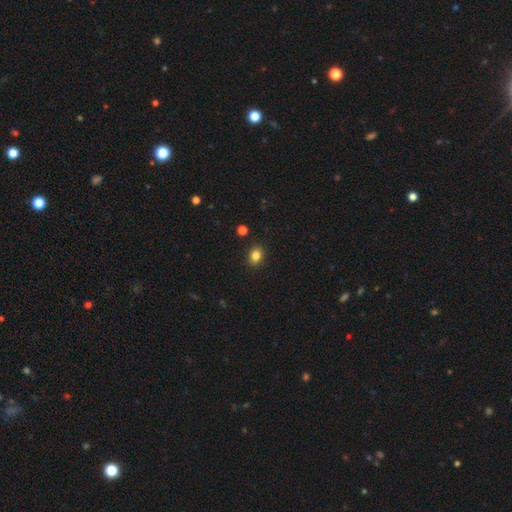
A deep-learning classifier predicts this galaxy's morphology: smooth-or-featured: smooth: 84% | star or artifact: 11% | featured or disk: 5%
  how-rounded: in between: 53% | round: 46% | cigar-shaped: 1%
  merging: none: 89% | minor disturbance: 8% | major disturbance: 2% | merger: 2%